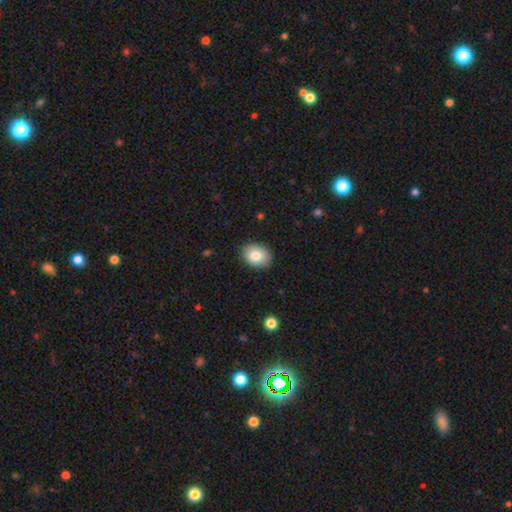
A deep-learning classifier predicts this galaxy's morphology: Smooth or featured? smooth (81%)
How rounded? in between (63%)
Merging? none (89%)